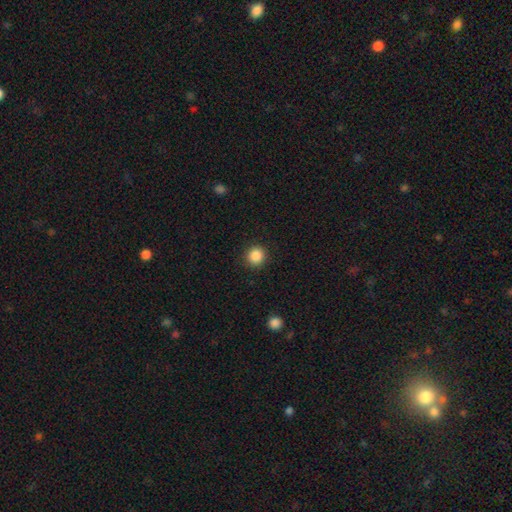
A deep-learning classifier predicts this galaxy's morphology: smooth_or_featured: smooth (p=0.87) [alt: star or artifact p=0.10]
how_rounded: round (p=0.91) [alt: in between p=0.08]
merging: none (p=0.91) [alt: minor disturbance p=0.06]